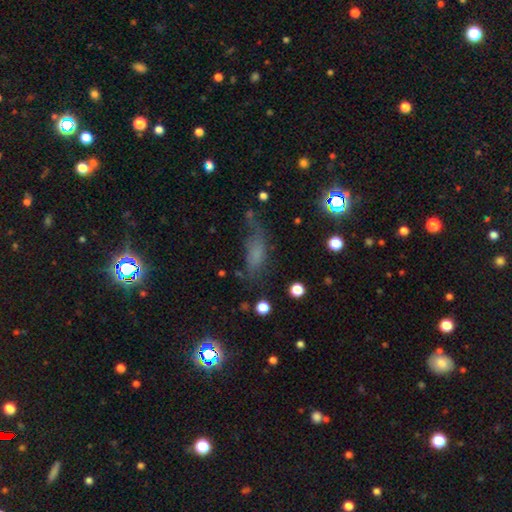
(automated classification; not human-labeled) Smooth or featured? Predicted: smooth (p=0.62). How rounded? Predicted: in between (p=0.70). Merging? Predicted: none (p=0.45).